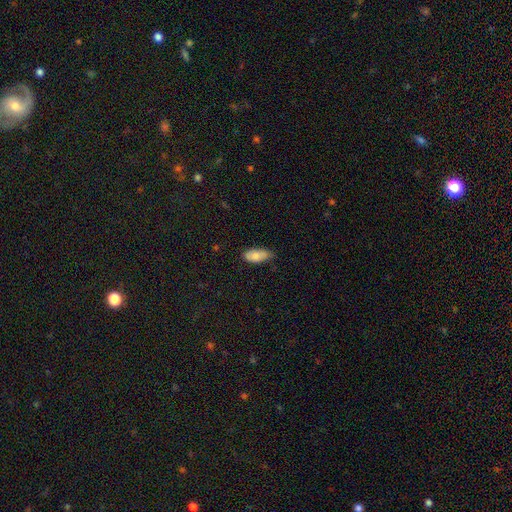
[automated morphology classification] Smooth or featured? Predicted: smooth (p=0.82). How rounded? Predicted: in between (p=0.88). Merging? Predicted: none (p=0.69).